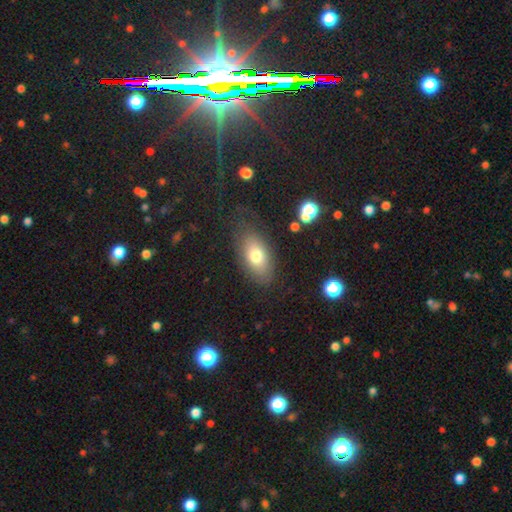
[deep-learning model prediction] Overall: smooth (70%). How rounded: in between (89%). Merging: none (71%).